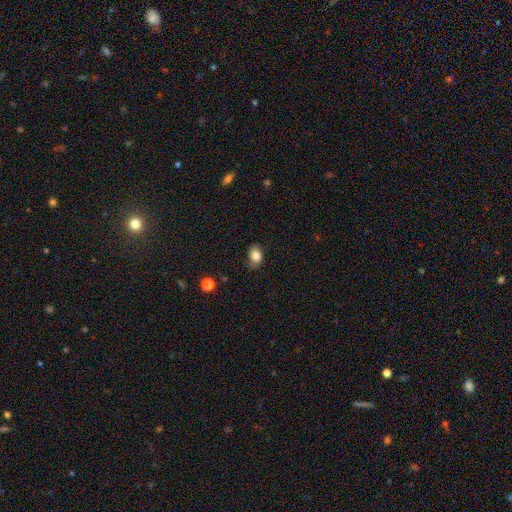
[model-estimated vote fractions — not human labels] This appears to be a smooth galaxy with no disk features (82%) that is in between round and cigar-shaped (76%). Merging: none (73%).